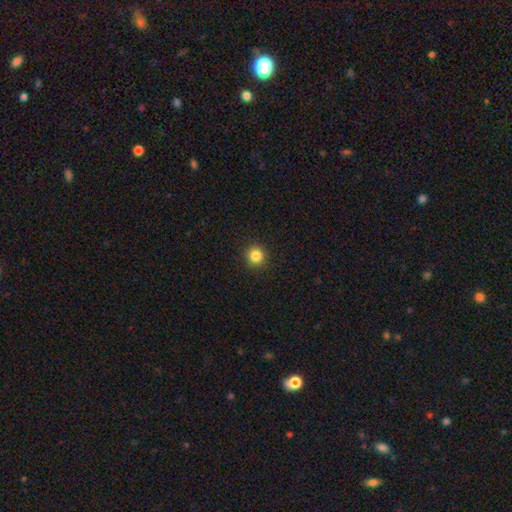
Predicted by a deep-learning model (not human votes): A smooth galaxy with no disk features (84%) that is round (94%).

Vote fractions:
- Smooth or featured? smooth: 84% / star or artifact: 12% / featured or disk: 4%
- How rounded? round: 94% / in between: 5% / cigar-shaped: 1%
- Merging? none: 92% / minor disturbance: 5% / major disturbance: 2% / merger: 1%